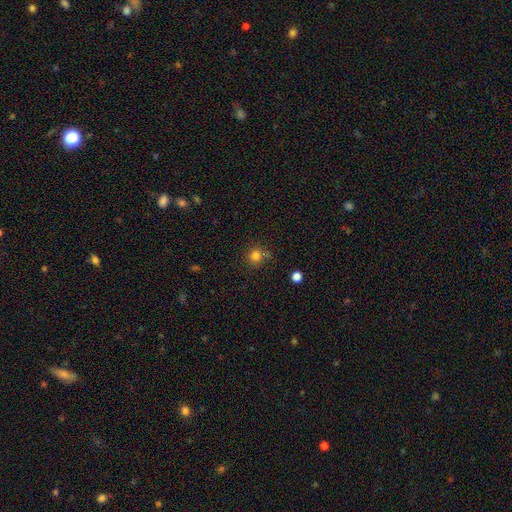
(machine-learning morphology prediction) type=smooth (81%); roundness=round (91%); merging=none (75%).